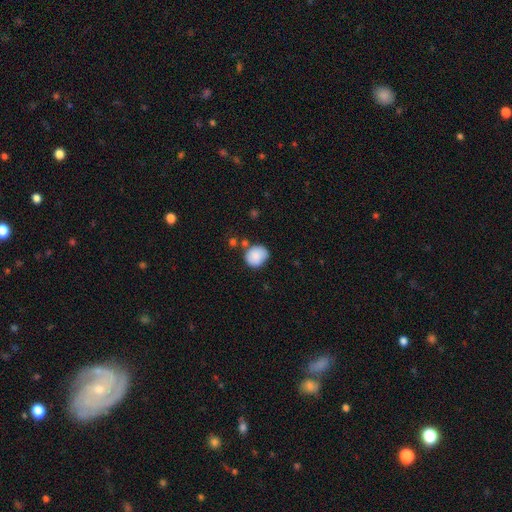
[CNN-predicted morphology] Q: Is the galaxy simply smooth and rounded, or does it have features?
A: smooth — 86%.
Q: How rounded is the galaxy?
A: round — 73%.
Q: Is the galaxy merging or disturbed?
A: none — 67%.